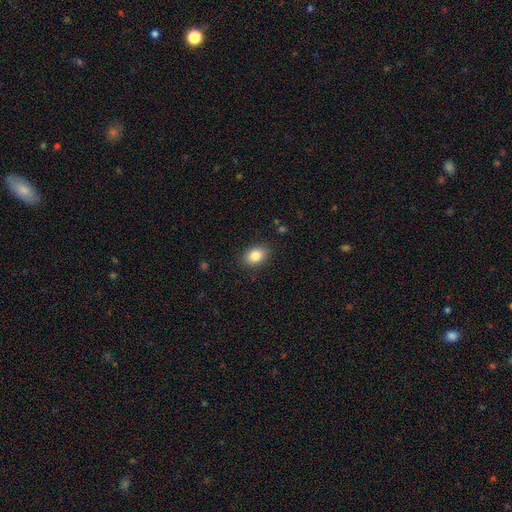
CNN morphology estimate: A smooth galaxy with no disk features (85%) that is in between round and cigar-shaped (78%). Merging: none (88%).